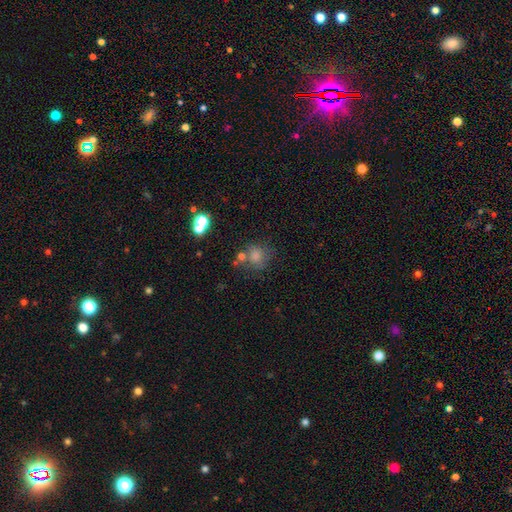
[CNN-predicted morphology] Overall: smooth (61%; star or artifact 25%). How rounded: round (80%). Merging: none (63%).